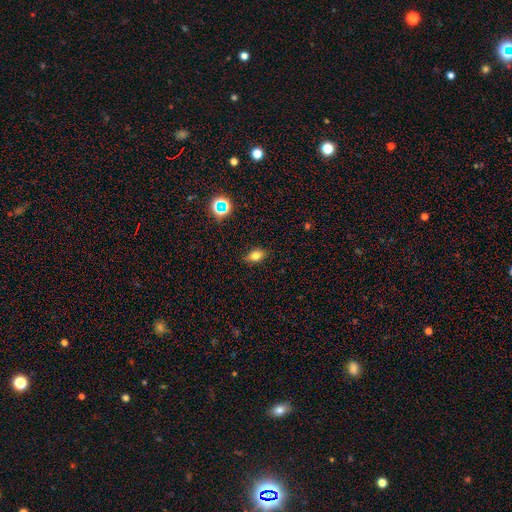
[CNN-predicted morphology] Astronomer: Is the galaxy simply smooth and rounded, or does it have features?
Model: smooth — 76%.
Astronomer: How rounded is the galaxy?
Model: in between — 81%.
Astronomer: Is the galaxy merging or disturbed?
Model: none — 85%.